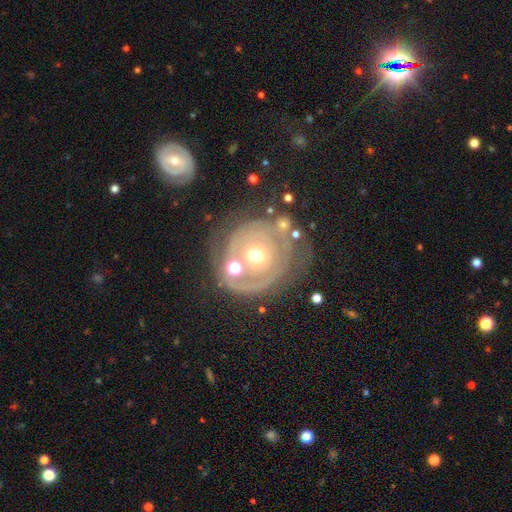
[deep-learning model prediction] smooth-or-featured: featured or disk: 69% | smooth: 23% | star or artifact: 8%
  disk-edge-on: no: 96% | yes: 4%
    bar: no: 84% | weak: 12% | strong: 4%
    has-spiral-arms: yes: 53% | no: 47%
    bulge-size: moderate: 62% | small: 28% | large: 6% | dominant: 2% | none: 2%
  merging: none: 55% | minor disturbance: 19% | major disturbance: 15% | merger: 12%